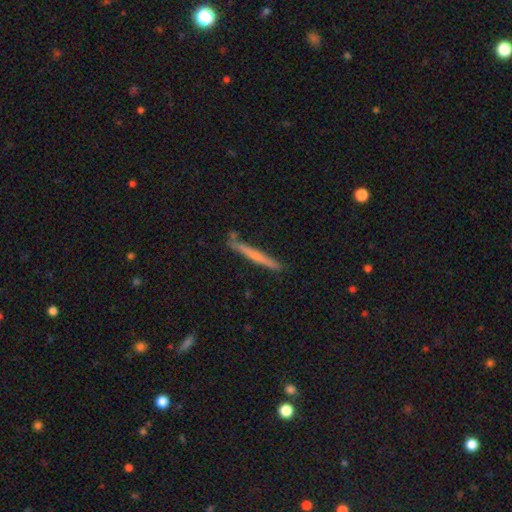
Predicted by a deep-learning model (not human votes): Smooth or featured? Predicted: smooth (p=0.52). How rounded? Predicted: cigar-shaped (p=0.96). Merging? Predicted: none (p=0.83).